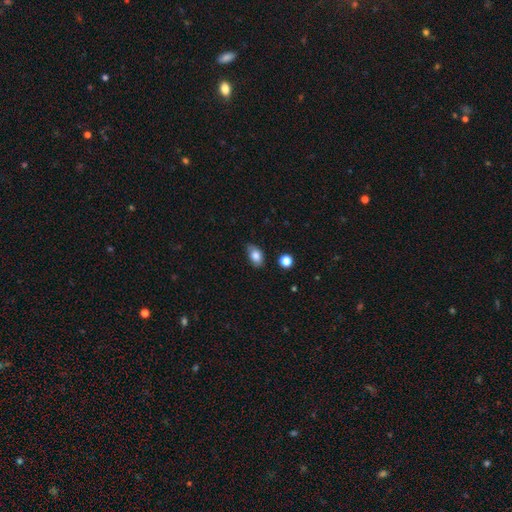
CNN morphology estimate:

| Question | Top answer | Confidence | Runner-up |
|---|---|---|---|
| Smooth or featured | smooth | 82% | featured or disk (10%) |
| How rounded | in between | 86% | round (12%) |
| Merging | none | 72% | minor disturbance (22%) |